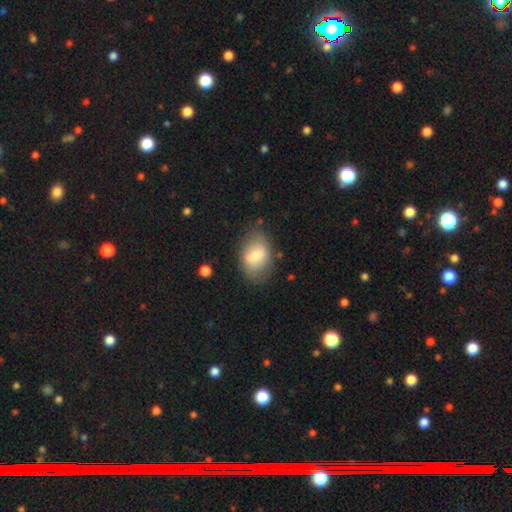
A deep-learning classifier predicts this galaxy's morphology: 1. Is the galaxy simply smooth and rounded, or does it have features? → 72% smooth, 21% featured or disk, 7% star or artifact.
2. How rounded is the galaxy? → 82% in between, 16% round, 1% cigar-shaped.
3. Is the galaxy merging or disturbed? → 68% none, 21% minor disturbance, 8% major disturbance, 3% merger.